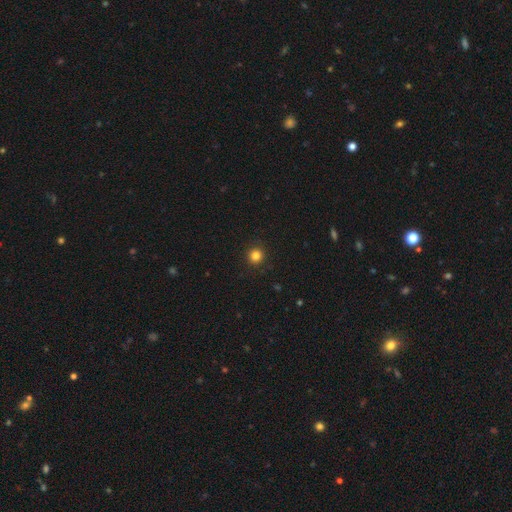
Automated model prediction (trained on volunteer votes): Q: Smooth or featured?
A: smooth (83%); runner-up: star or artifact (13%)
Q: How rounded?
A: round (95%); runner-up: in between (4%)
Q: Merging?
A: none (93%); runner-up: minor disturbance (5%)